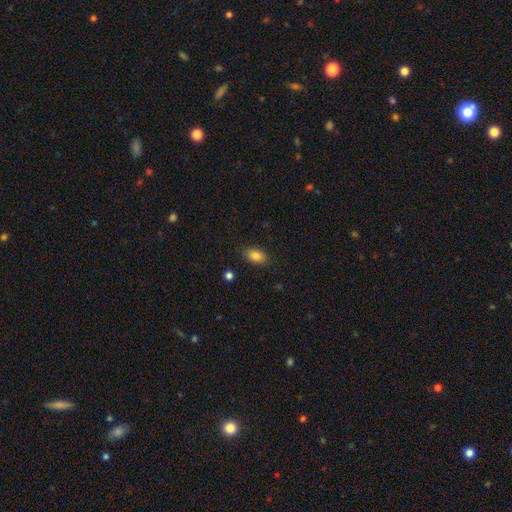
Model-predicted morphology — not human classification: A smooth galaxy with no disk features (85%) that is in between round and cigar-shaped (89%). Merging: none (86%).